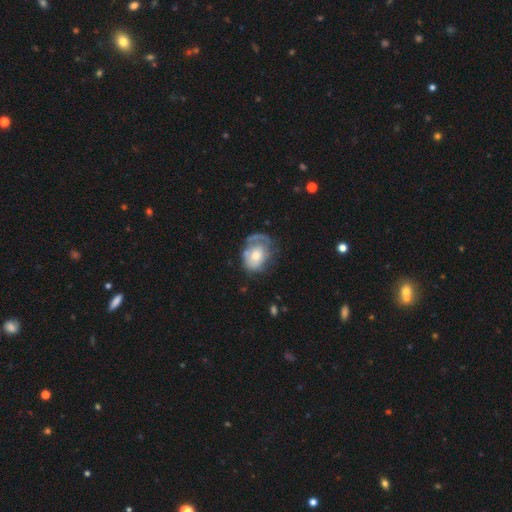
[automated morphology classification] Smooth or featured?
  - featured or disk: 52% *
  - smooth: 41%
  - star or artifact: 7%
Edge-on disk?
  - no: 96% *
  - yes: 4%
Bar?
  - no: 82% *
  - weak: 15%
  - strong: 3%
Spiral arms?
  - yes: 58% *
  - no: 42%
Bulge size?
  - moderate: 59% *
  - small: 25%
  - large: 12%
  - none: 2%
  - dominant: 2%
Merging?
  - none: 43% *
  - minor disturbance: 27%
  - major disturbance: 26%
  - merger: 4%